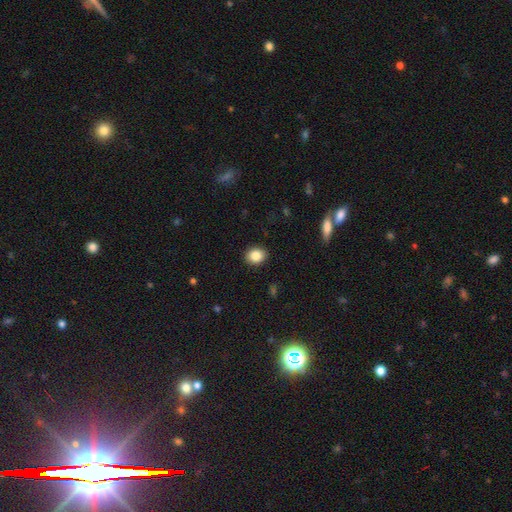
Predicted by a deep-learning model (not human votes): Smooth or featured? smooth (86%)
How rounded? round (59%)
Merging? none (90%)